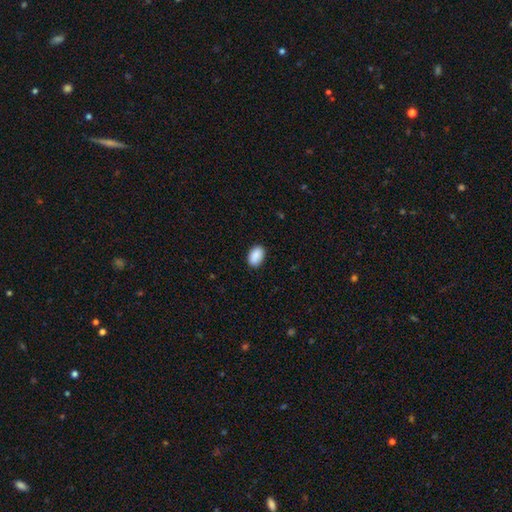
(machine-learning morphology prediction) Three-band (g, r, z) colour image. It shows a smooth galaxy with no disk features (90%) that is in between round and cigar-shaped (91%). Merging: none (88%).